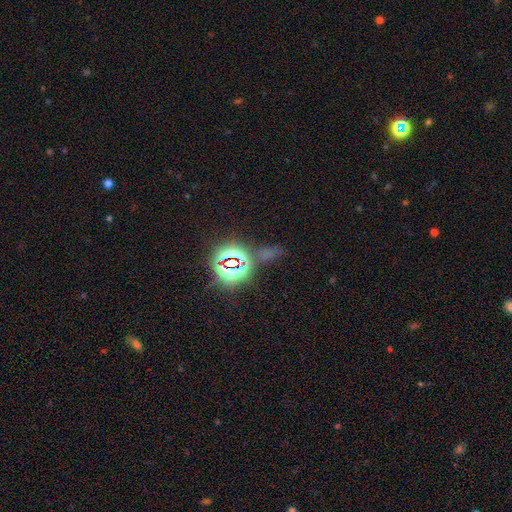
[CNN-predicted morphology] Smooth or featured?
  - star or artifact: 80% *
  - smooth: 13%
  - featured or disk: 7%